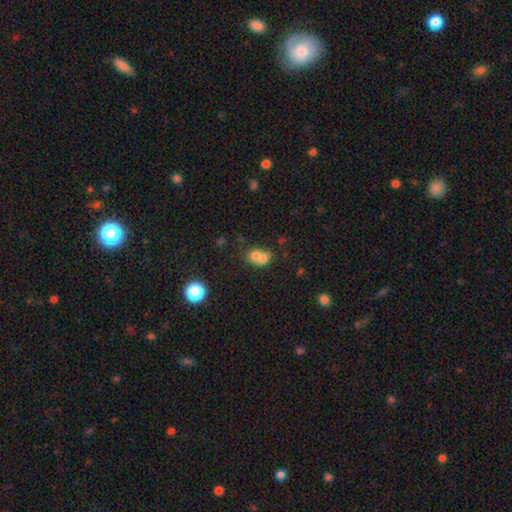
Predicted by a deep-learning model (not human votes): smooth 69%, featured or disk 19%, star or artifact 12%. Down the decision tree: how rounded — round (58%); merging — merger (68%).